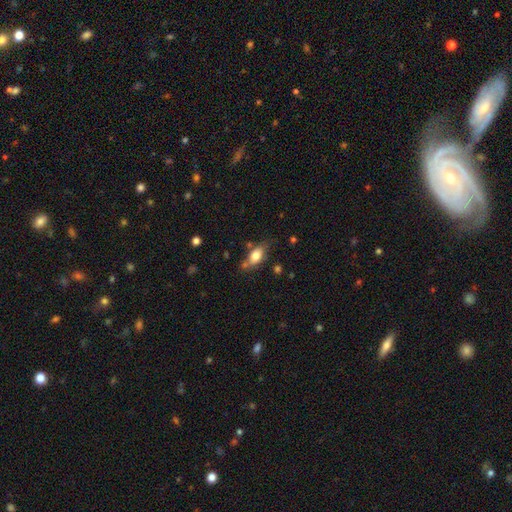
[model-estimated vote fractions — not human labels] smooth-or-featured: smooth: 76% | featured or disk: 16% | star or artifact: 8%
  how-rounded: in between: 83% | cigar-shaped: 9% | round: 8%
  merging: none: 61% | minor disturbance: 23% | merger: 10% | major disturbance: 7%